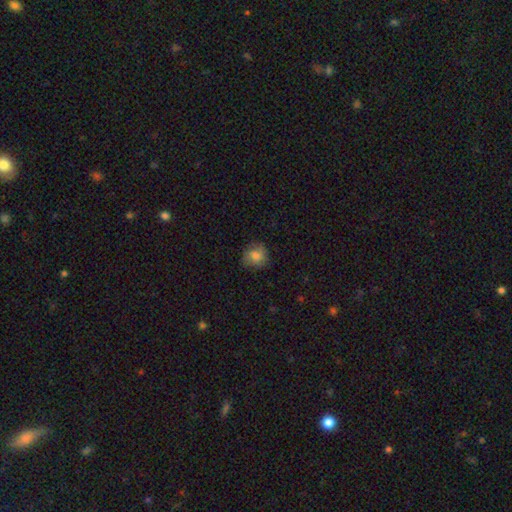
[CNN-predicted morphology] Overall: smooth (80%). How rounded: round (84%). Merging: none (79%).